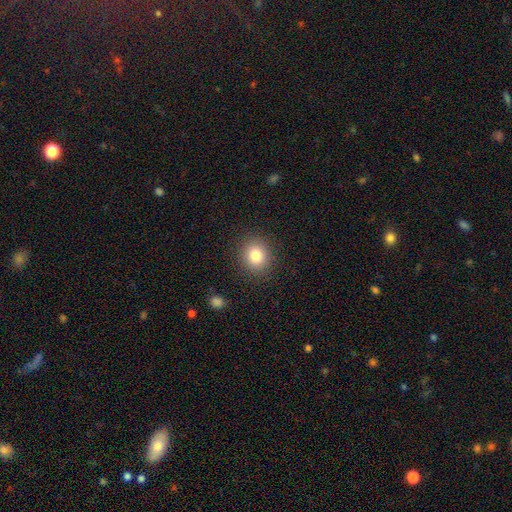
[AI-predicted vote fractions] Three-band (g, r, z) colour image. It shows a smooth galaxy with no disk features (81%) that is round (79%). Merging: none (89%).